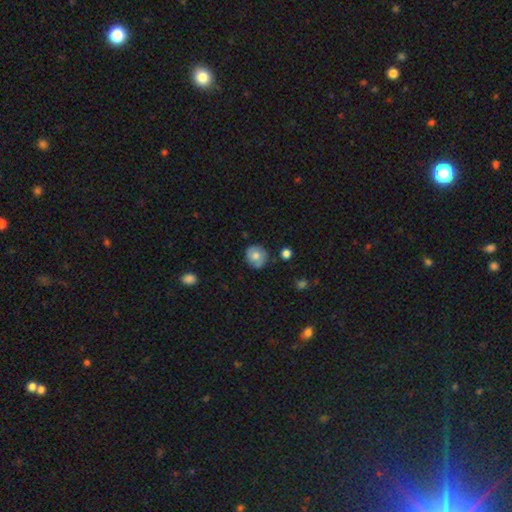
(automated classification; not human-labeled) This is likely a smooth galaxy (68%). How rounded: clearly round (88%). Merging: likely none (80%).